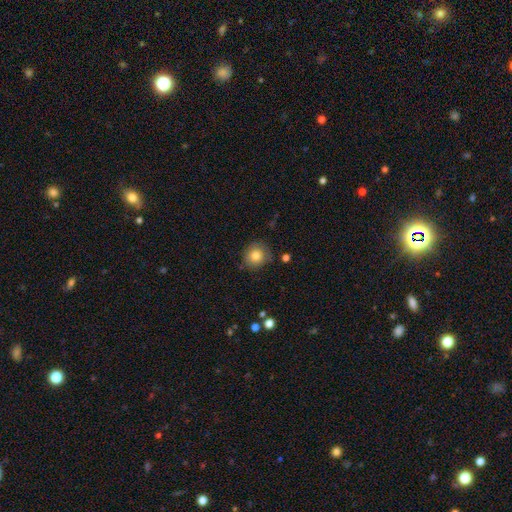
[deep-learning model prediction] A smooth galaxy with no disk features (81%) that is round (89%).

Vote fractions:
- Smooth or featured? smooth: 81% / star or artifact: 10% / featured or disk: 9%
- How rounded? round: 89% / in between: 10% / cigar-shaped: 1%
- Merging? none: 82% / minor disturbance: 13% / major disturbance: 3% / merger: 2%